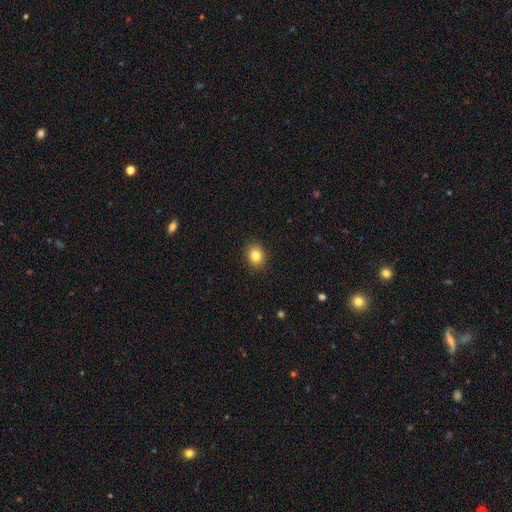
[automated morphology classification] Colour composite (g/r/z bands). It shows a smooth galaxy with no disk features (82%) that is round (63%). Merging: none (91%).